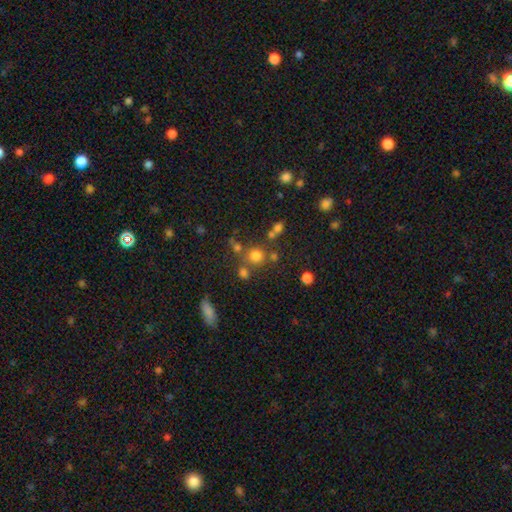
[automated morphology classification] This appears to be a smooth galaxy with no disk features (72%) that is round (87%). Merging: none (66%).